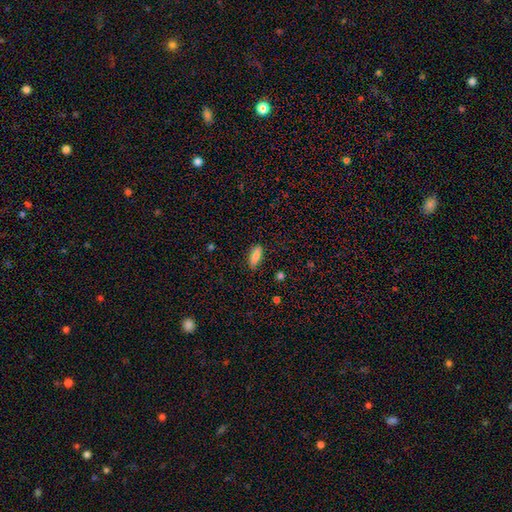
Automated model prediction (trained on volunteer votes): Morphology: type=smooth (81%); roundness=in between (75%); merging=none (82%).